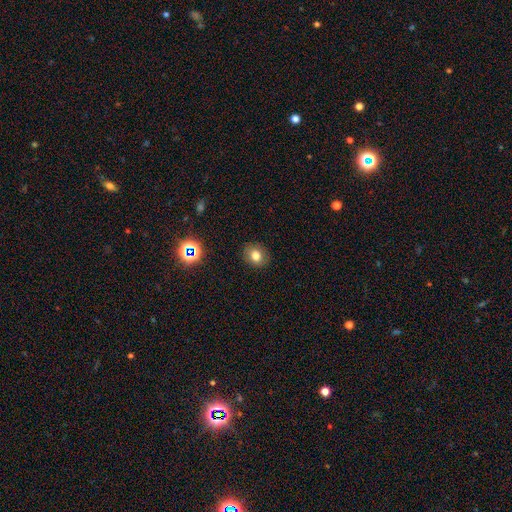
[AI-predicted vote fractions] Smooth or featured?
  - smooth: 76% *
  - star or artifact: 14%
  - featured or disk: 9%
How rounded?
  - round: 64% *
  - in between: 35%
  - cigar-shaped: 1%
Merging?
  - none: 89% *
  - minor disturbance: 8%
  - major disturbance: 2%
  - merger: 1%